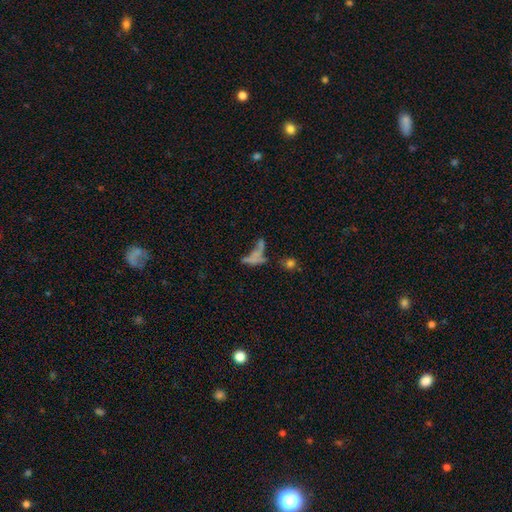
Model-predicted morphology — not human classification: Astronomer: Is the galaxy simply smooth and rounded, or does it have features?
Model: smooth — 48% (runner-up: featured or disk, 31%).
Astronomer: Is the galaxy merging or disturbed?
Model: merger — 40% (runner-up: none, 25%).